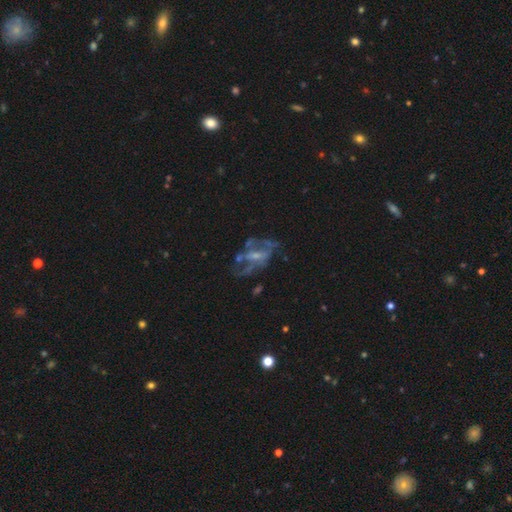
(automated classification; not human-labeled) Q: Smooth or featured?
A: featured or disk (72%); runner-up: star or artifact (15%)
Q: Edge-on disk?
A: no (93%); runner-up: yes (7%)
Q: Bar?
A: no (45%); runner-up: weak (36%)
Q: Spiral arms?
A: yes (52%); runner-up: no (48%)
Q: Bulge size?
A: small (53%); runner-up: moderate (28%)
Q: Merging?
A: none (48%); runner-up: major disturbance (28%)